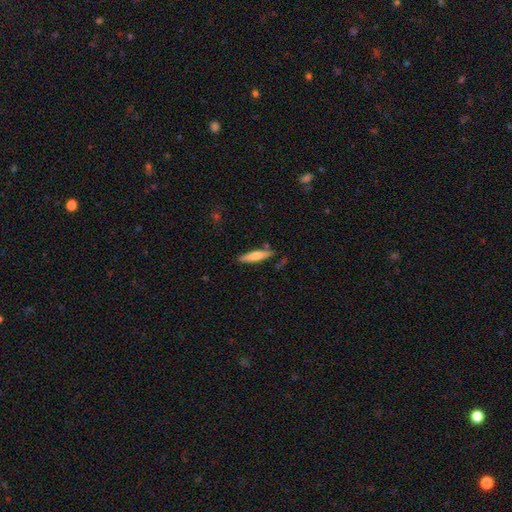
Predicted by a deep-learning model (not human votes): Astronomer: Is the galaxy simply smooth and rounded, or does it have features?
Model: smooth — 65%.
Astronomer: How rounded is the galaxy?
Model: cigar-shaped — 81%.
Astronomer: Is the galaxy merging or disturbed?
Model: none — 82%.